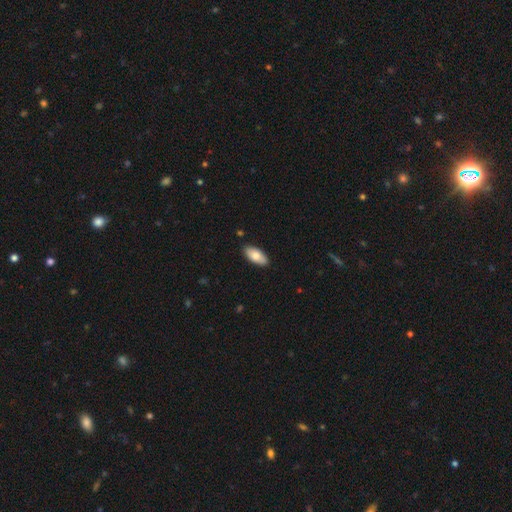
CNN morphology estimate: smooth_or_featured: smooth (p=0.79) [alt: featured or disk p=0.16]
how_rounded: in between (p=0.91) [alt: cigar-shaped p=0.07]
merging: none (p=0.88) [alt: minor disturbance p=0.09]